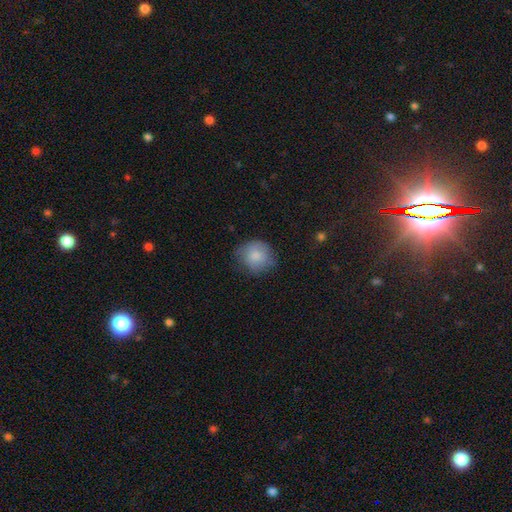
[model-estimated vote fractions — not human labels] smooth 81%, featured or disk 11%, star or artifact 7%. Down the decision tree: how rounded — round (82%); merging — none (67%).